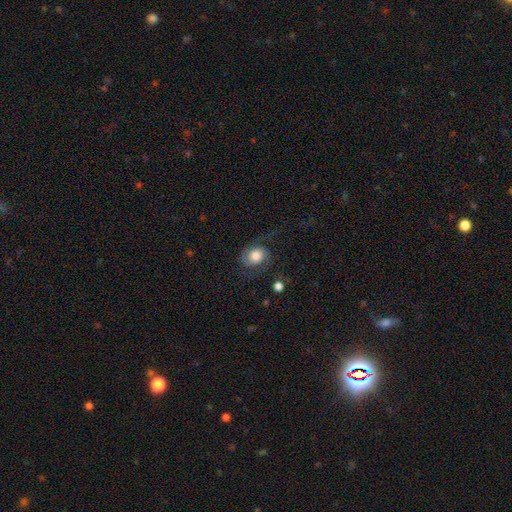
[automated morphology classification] This is possibly a featured or disk galaxy (55%). It is clearly not viewed edge-on (97%). Bar: likely no (78%). Spiral arm pattern: clearly yes (89%). Central bulge: marginally large (45%). Merging: possibly none (59%).